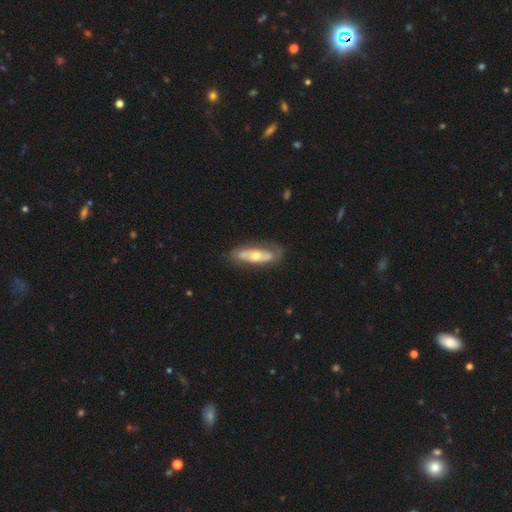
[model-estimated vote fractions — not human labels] featured or disk 58%, smooth 37%, star or artifact 5%. Down the decision tree: edge-on disk — no (75%); merging — none (70%).